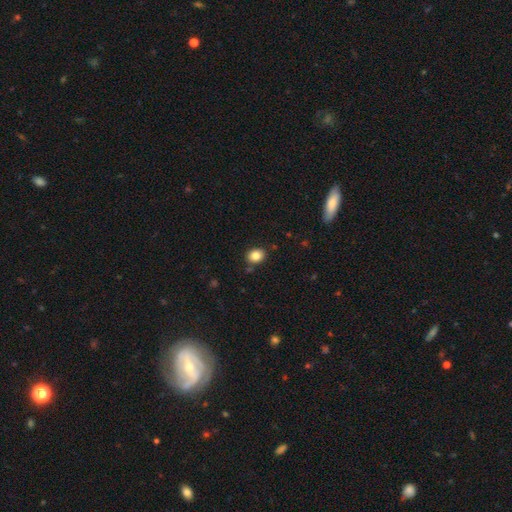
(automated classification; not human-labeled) The model was most divided on "how rounded": round: 54%, in between: 45%, cigar-shaped: 1%. More confident: merging — none (85%); smooth or featured — smooth (84%).